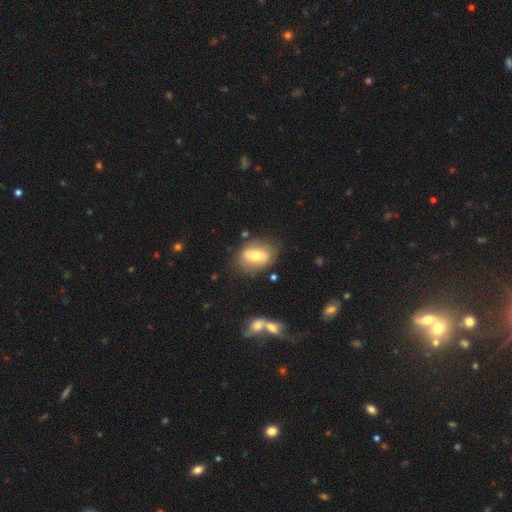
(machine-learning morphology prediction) The model was most divided on "smooth or featured": smooth: 53%, featured or disk: 40%, star or artifact: 7%. More confident: how rounded — in between (76%); merging — none (69%).